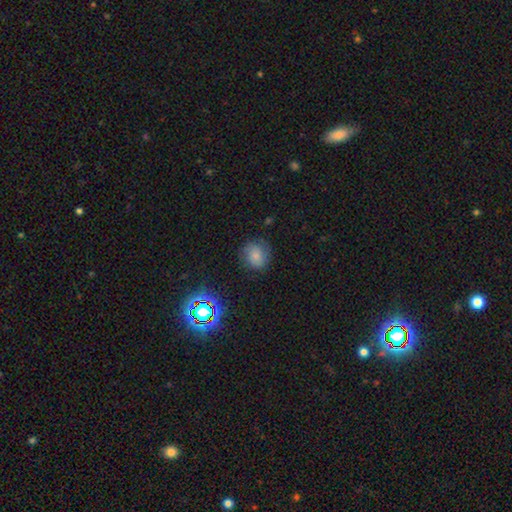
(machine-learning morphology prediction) The model was most divided on "merging": none: 72%, minor disturbance: 19%, major disturbance: 7%, merger: 1%. More confident: how rounded — round (77%); smooth or featured — smooth (71%).